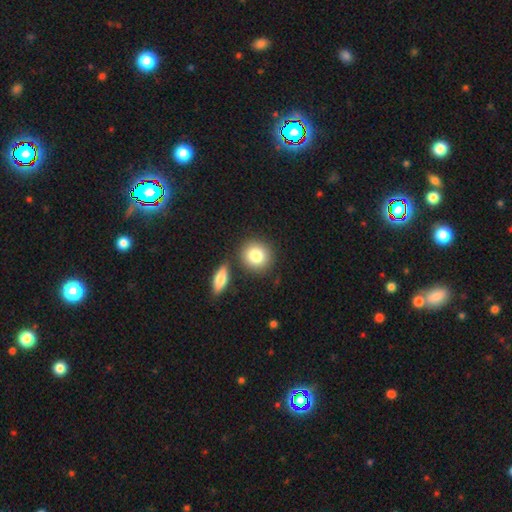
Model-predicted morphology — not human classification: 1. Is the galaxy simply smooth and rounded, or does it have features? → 82% smooth, 10% featured or disk, 8% star or artifact.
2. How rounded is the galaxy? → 84% round, 15% in between, 1% cigar-shaped.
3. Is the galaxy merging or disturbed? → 76% none, 13% merger, 8% minor disturbance, 2% major disturbance.